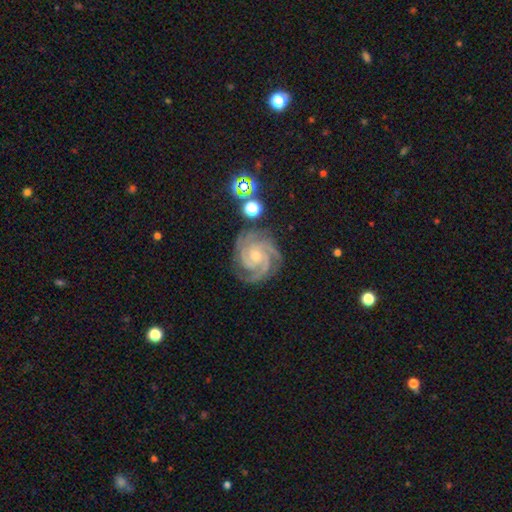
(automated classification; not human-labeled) This is clearly a featured or disk galaxy (91%). It is clearly not viewed edge-on (98%). Bar: likely no (69%). Spiral arm pattern: clearly yes (99%). Spiral arm count: possibly 3 (47%). Spiral winding: likely tight (75%). Central bulge: likely small (64%). Merging: likely none (79%).